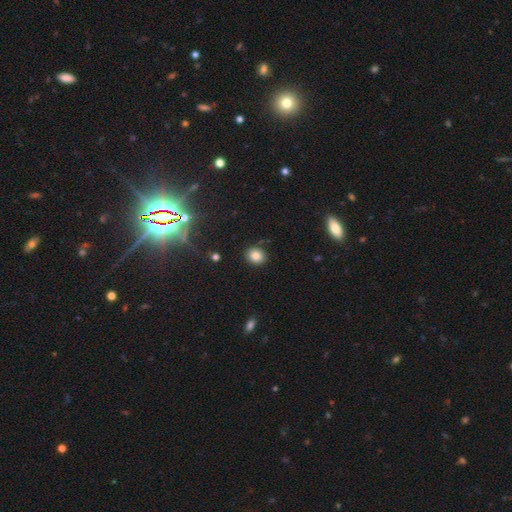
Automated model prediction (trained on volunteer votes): The model was most divided on "how rounded": round: 62%, in between: 37%, cigar-shaped: 1%. More confident: merging — none (84%); smooth or featured — smooth (81%).